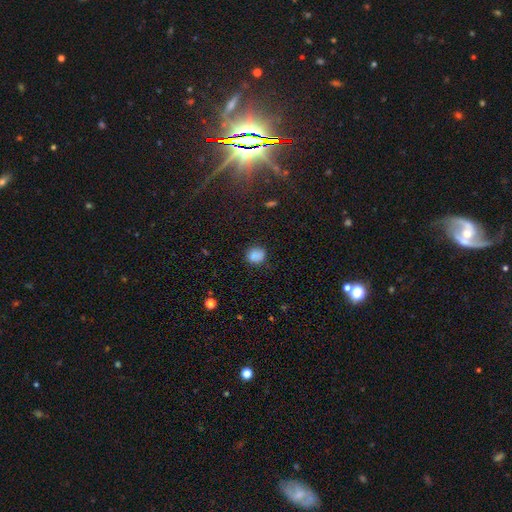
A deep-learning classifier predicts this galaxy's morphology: Q: Smooth or featured?
A: smooth (85%); runner-up: star or artifact (11%)
Q: How rounded?
A: round (73%); runner-up: in between (26%)
Q: Merging?
A: none (81%); runner-up: minor disturbance (14%)